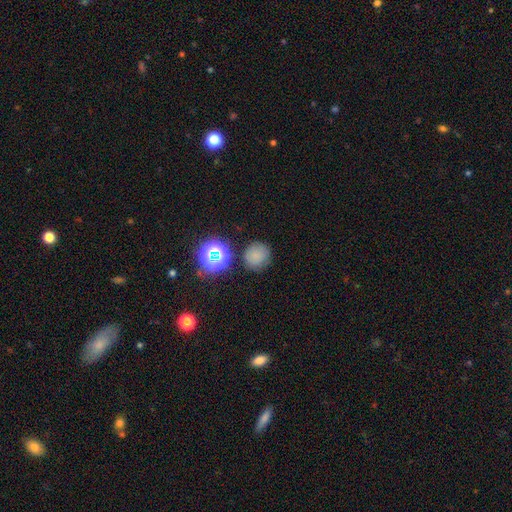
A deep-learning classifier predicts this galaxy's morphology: Overall: smooth (71%). How rounded: round (89%). Merging: none (80%).